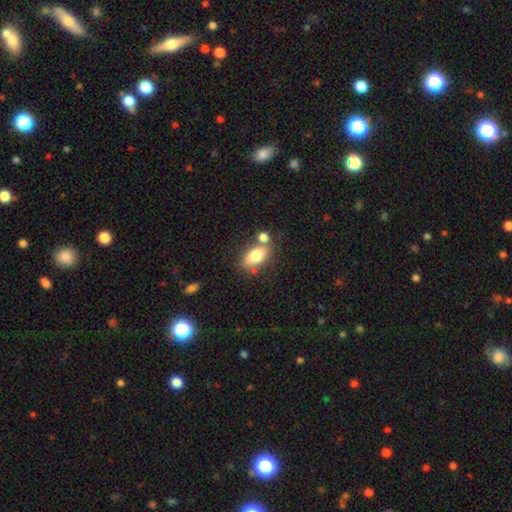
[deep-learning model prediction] Smooth or featured? Predicted: smooth (p=0.75). How rounded? Predicted: in between (p=0.85). Merging? Predicted: none (p=0.61).